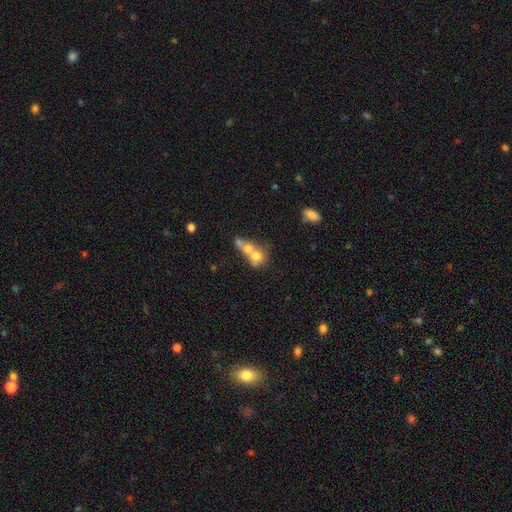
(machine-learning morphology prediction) smooth_or_featured: smooth (p=0.61) [alt: featured or disk p=0.28]
how_rounded: round (p=0.63) [alt: in between p=0.35]
merging: merger (p=0.70) [alt: none p=0.19]